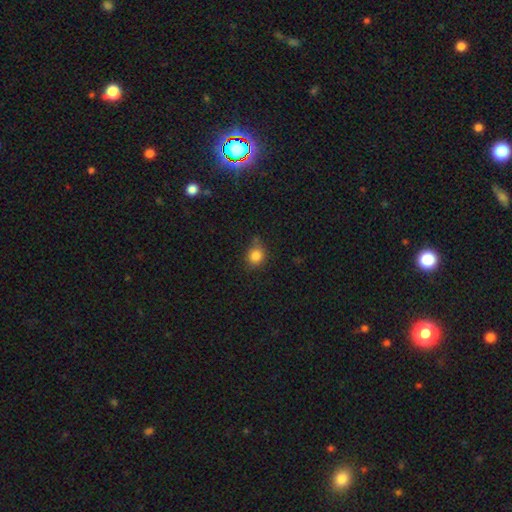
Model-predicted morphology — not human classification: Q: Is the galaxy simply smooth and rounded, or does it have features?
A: smooth — 84%.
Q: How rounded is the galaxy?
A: round — 75%.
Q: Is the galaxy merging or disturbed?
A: none — 67%.